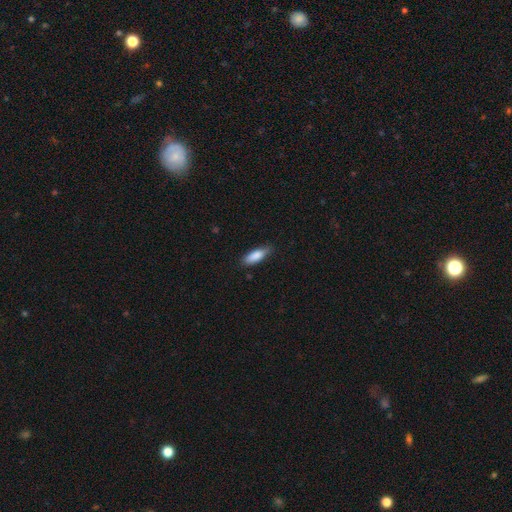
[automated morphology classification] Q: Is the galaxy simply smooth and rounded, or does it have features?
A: smooth — 85%.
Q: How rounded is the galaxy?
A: in between — 61%.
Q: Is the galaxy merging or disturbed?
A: none — 79%.